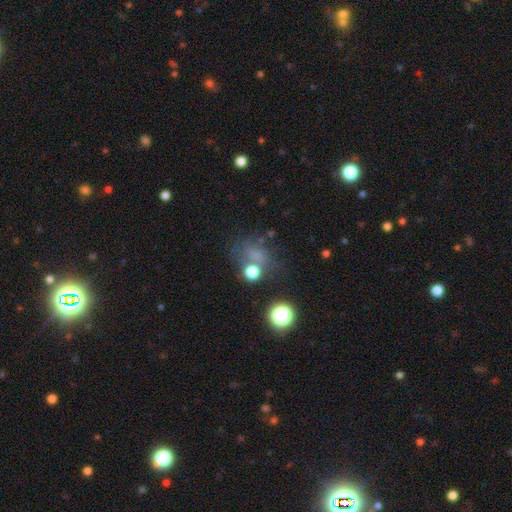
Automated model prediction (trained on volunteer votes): Overall: smooth (53%; star or artifact 32%). How rounded: round (60%; in between 38%). Merging: none (52%; minor disturbance 18%).